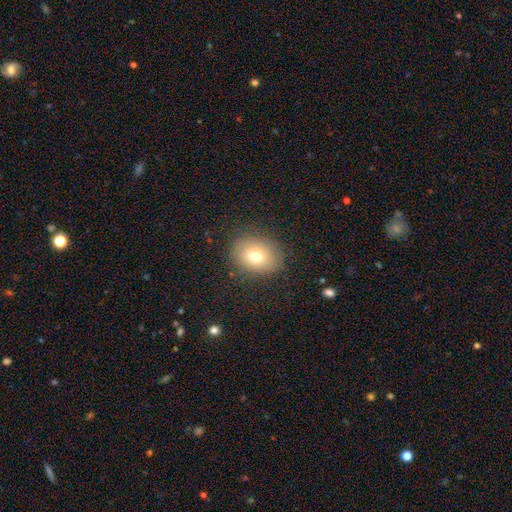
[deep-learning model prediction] smooth 74%, featured or disk 14%, star or artifact 12%. Down the decision tree: how rounded — in between (50%); merging — none (84%).